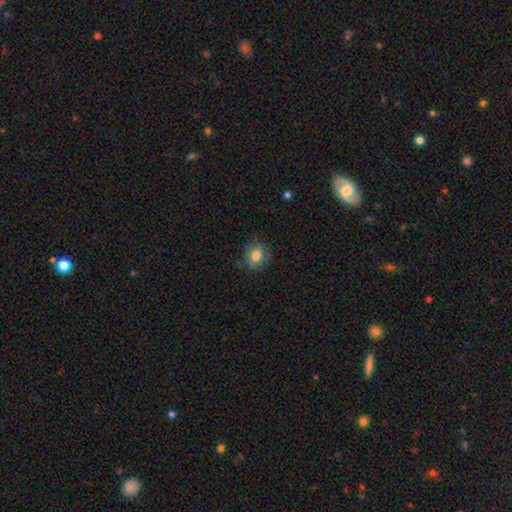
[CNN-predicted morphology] Q: Smooth or featured?
A: smooth (79%); runner-up: featured or disk (12%)
Q: How rounded?
A: round (73%); runner-up: in between (26%)
Q: Merging?
A: none (82%); runner-up: minor disturbance (14%)